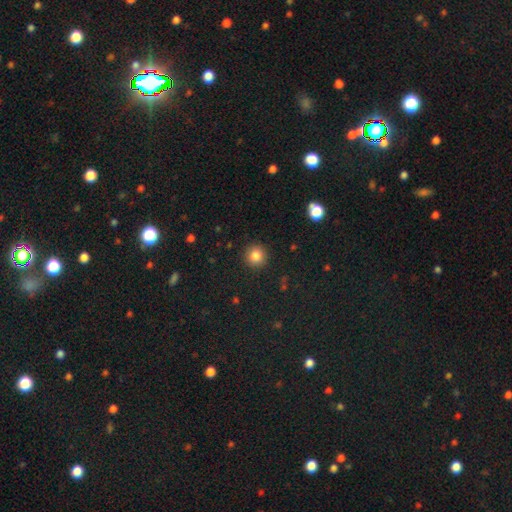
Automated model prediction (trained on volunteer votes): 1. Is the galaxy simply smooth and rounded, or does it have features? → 84% smooth, 11% star or artifact, 5% featured or disk.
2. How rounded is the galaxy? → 93% round, 6% in between, 1% cigar-shaped.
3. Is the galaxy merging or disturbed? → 91% none, 6% minor disturbance, 2% major disturbance, 1% merger.